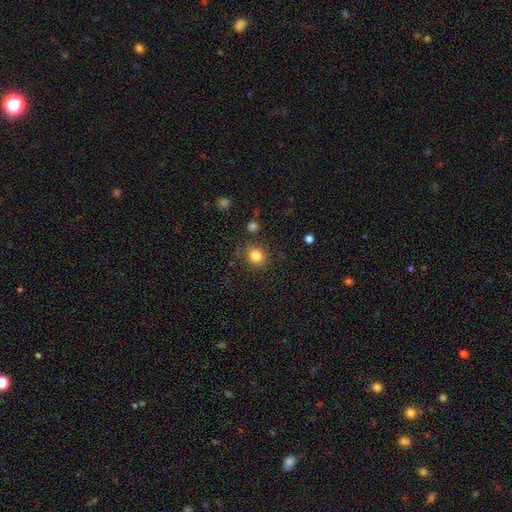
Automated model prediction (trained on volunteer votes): Smooth or featured?
  - smooth: 83% *
  - star or artifact: 12%
  - featured or disk: 6%
How rounded?
  - round: 76% *
  - in between: 24%
  - cigar-shaped: 1%
Merging?
  - none: 82% *
  - minor disturbance: 10%
  - major disturbance: 4%
  - merger: 4%